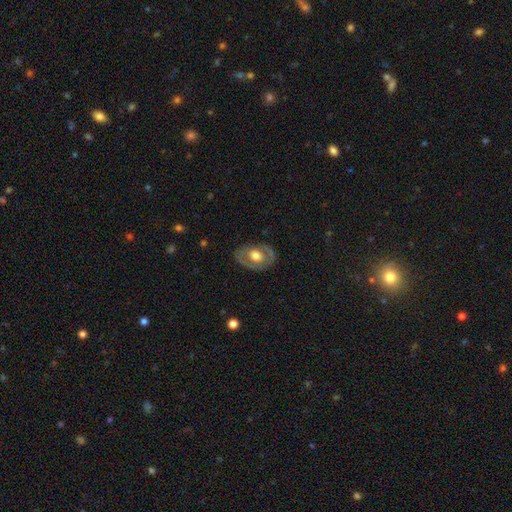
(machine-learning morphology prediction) Q: Smooth or featured?
A: featured or disk (56%); runner-up: smooth (38%)
Q: Edge-on disk?
A: no (91%); runner-up: yes (9%)
Q: Bar?
A: no (78%); runner-up: weak (17%)
Q: Spiral arms?
A: no (73%); runner-up: yes (27%)
Q: Bulge size?
A: moderate (49%); runner-up: large (42%)
Q: Merging?
A: none (78%); runner-up: minor disturbance (15%)